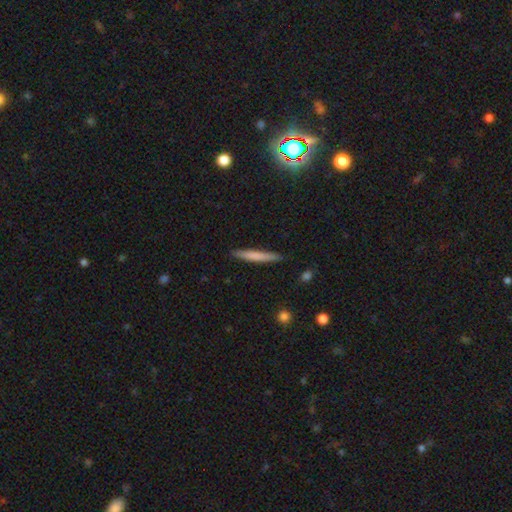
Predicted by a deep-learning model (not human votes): Morphology: type=smooth (70%); roundness=cigar-shaped (96%); merging=none (89%).